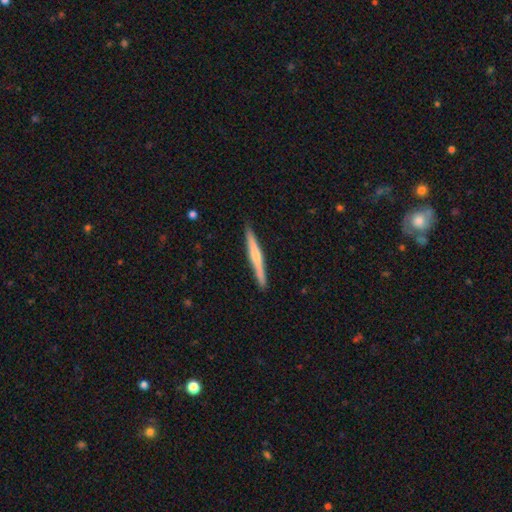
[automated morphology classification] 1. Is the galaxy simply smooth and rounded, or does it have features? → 51% featured or disk, 44% smooth, 5% star or artifact.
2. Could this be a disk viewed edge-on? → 98% yes, 2% no.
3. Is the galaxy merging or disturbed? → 90% none, 8% minor disturbance, 1% major disturbance, 1% merger.